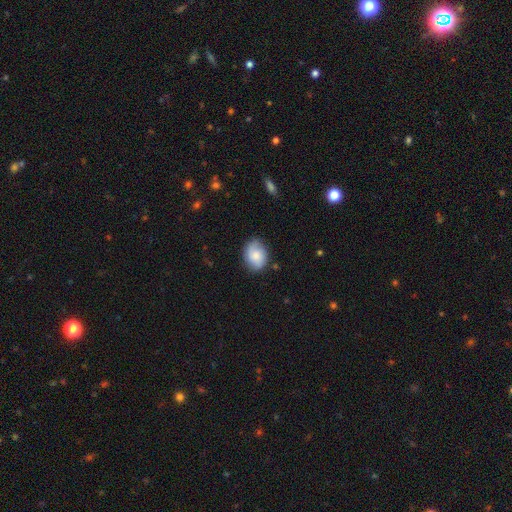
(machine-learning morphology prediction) Smooth or featured: smooth — 63% (featured or disk — 29%)
How rounded: in between — 62% (round — 37%)
Merging: none — 77% (minor disturbance — 18%)